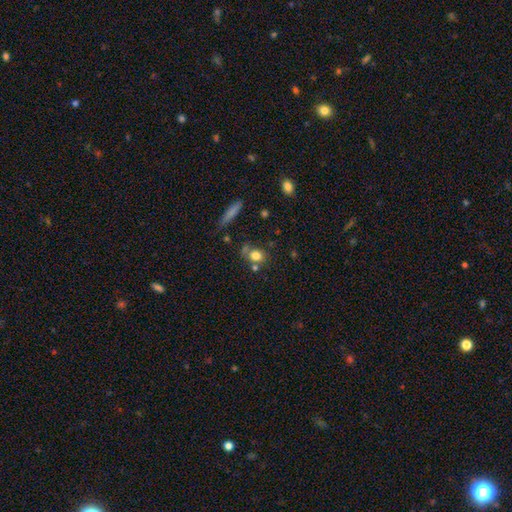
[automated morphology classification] type=smooth (77%); roundness=round (55%); merging=none (57%).